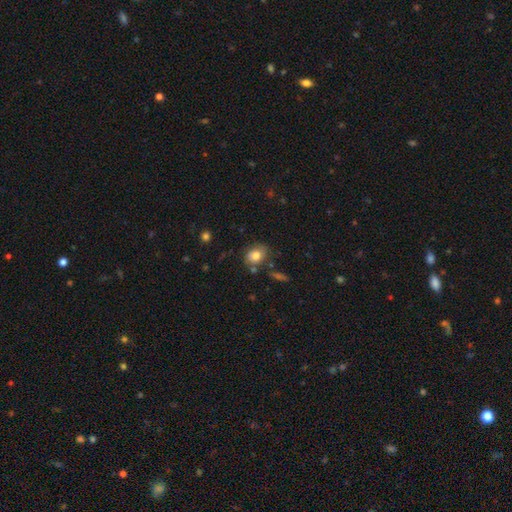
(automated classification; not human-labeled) Smooth or featured?
  - smooth: 75% *
  - featured or disk: 16%
  - star or artifact: 9%
How rounded?
  - in between: 55% *
  - round: 44%
  - cigar-shaped: 1%
Merging?
  - none: 68% *
  - minor disturbance: 20%
  - merger: 7%
  - major disturbance: 6%